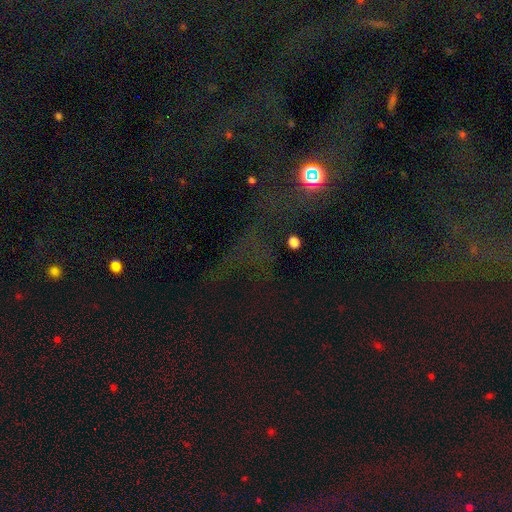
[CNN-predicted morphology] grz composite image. It shows a star or artifact, not a galaxy (77%).